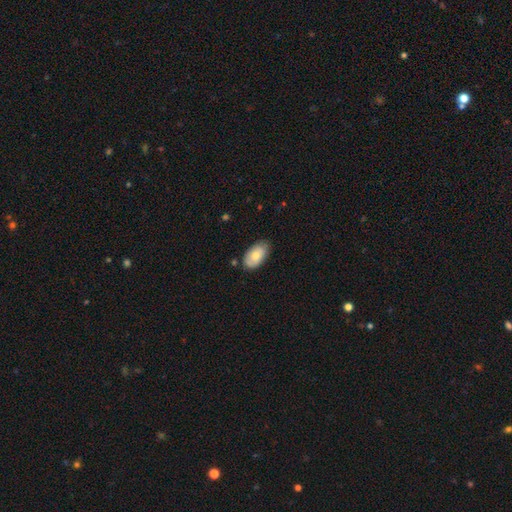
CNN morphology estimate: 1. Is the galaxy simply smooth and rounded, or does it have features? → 74% smooth, 20% featured or disk, 6% star or artifact.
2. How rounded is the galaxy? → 93% in between, 5% round, 2% cigar-shaped.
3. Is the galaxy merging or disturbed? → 72% none, 22% minor disturbance, 3% major disturbance, 2% merger.